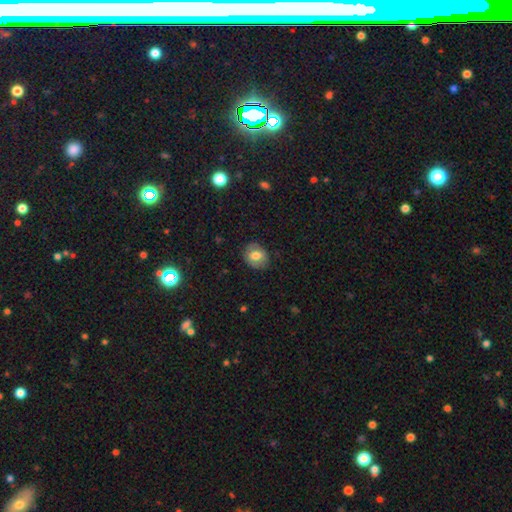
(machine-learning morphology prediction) Smooth or featured: smooth — 68% (featured or disk — 24%)
How rounded: round — 55% (in between — 44%)
Merging: none — 82% (minor disturbance — 13%)